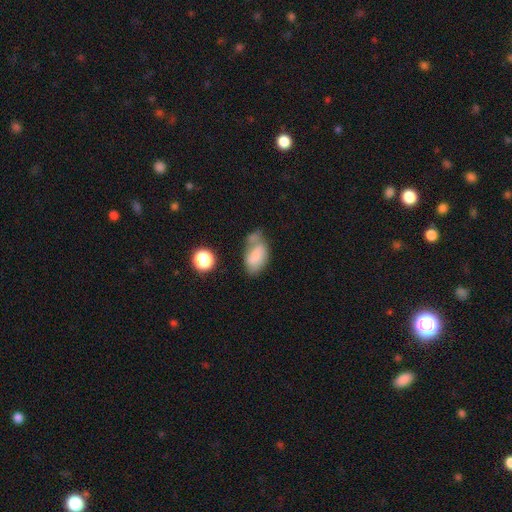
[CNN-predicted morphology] smooth-or-featured: smooth: 67% | featured or disk: 23% | star or artifact: 10%
  how-rounded: in between: 90% | round: 8% | cigar-shaped: 2%
  merging: none: 33% | minor disturbance: 26% | merger: 26% | major disturbance: 15%